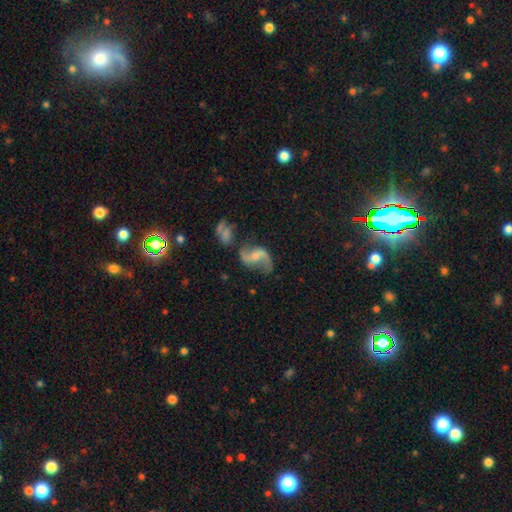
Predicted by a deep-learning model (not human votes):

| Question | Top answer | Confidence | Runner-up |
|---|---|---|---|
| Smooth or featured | featured or disk | 87% | smooth (7%) |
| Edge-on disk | no | 97% | yes (3%) |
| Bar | no | 45% | weak (40%) |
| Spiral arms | yes | 96% | no (4%) |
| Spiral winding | loose | 78% | medium (18%) |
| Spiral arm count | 2 | 92% | 1 (3%) |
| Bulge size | small | 51% | moderate (38%) |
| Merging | none | 61% | minor disturbance (17%) |